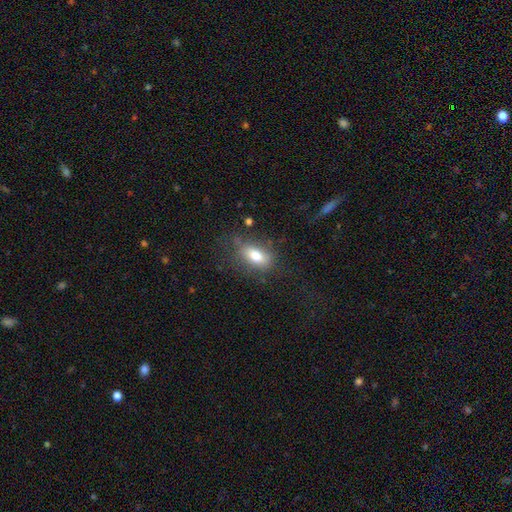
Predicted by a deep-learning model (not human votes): Morphology: type=smooth (77%); roundness=in between (86%); merging=none (68%).